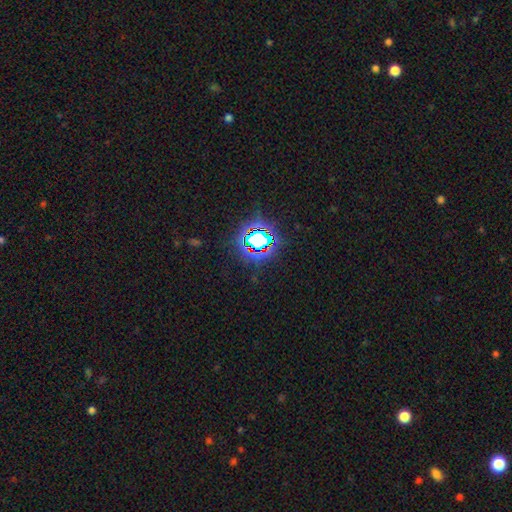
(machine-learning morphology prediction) Smooth or featured? star or artifact (79%)